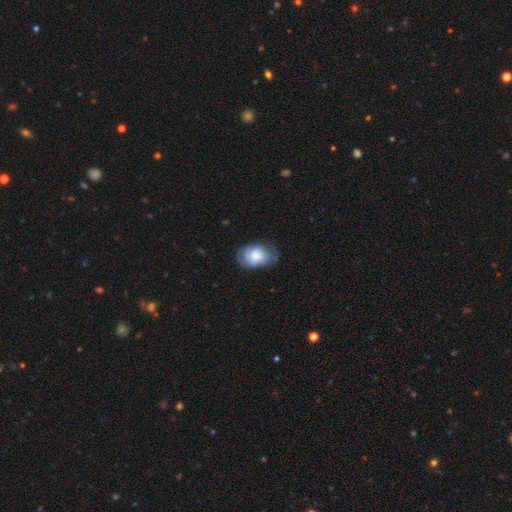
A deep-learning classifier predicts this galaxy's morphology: smooth_or_featured: smooth (p=0.69) [alt: featured or disk p=0.24]
how_rounded: in between (p=0.82) [alt: round p=0.17]
merging: none (p=0.61) [alt: minor disturbance p=0.29]